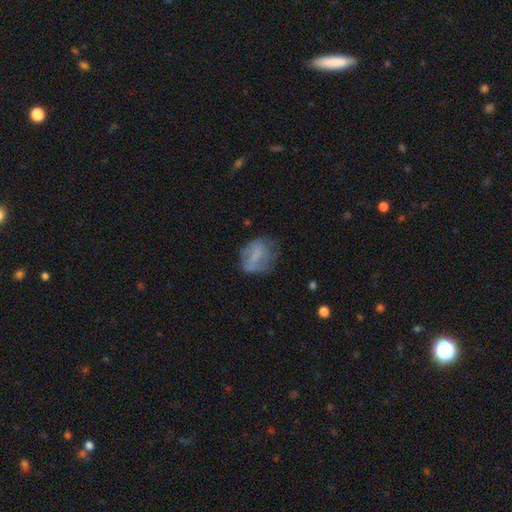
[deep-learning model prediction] Overall: smooth (59%; featured or disk 30%). How rounded: in between (54%; round 44%). Merging: none (49%; minor disturbance 28%).